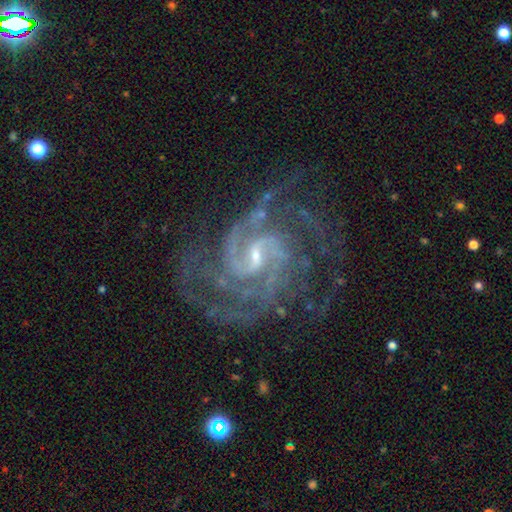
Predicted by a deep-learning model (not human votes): The model was most divided on "spiral winding": tight: 51%, medium: 43%, loose: 6%. Remaining: spiral arms — yes (98%); edge-on disk — no (98%); smooth or featured — featured or disk (93%); merging — none (70%); bulge size — small (70%); bar — weak (58%); spiral arm count — 2 (42%).